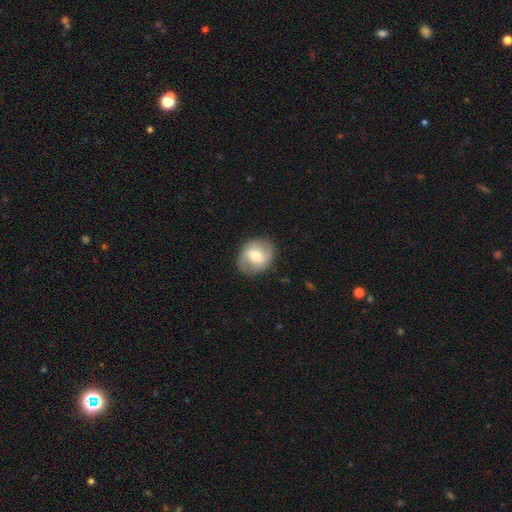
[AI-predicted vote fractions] Q: Smooth or featured?
A: featured or disk (54%); runner-up: smooth (39%)
Q: Edge-on disk?
A: no (95%); runner-up: yes (5%)
Q: Bar?
A: weak (48%); runner-up: no (29%)
Q: Spiral arms?
A: yes (72%); runner-up: no (28%)
Q: Bulge size?
A: moderate (69%); runner-up: small (19%)
Q: Merging?
A: none (82%); runner-up: minor disturbance (13%)